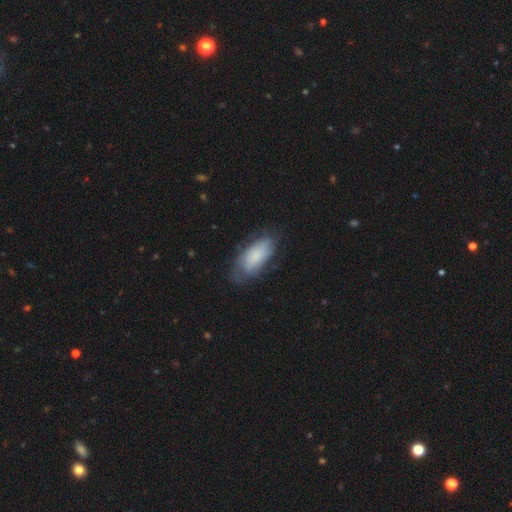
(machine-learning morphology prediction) smooth 61%, featured or disk 32%, star or artifact 7%. Down the decision tree: how rounded — in between (88%); merging — none (58%).